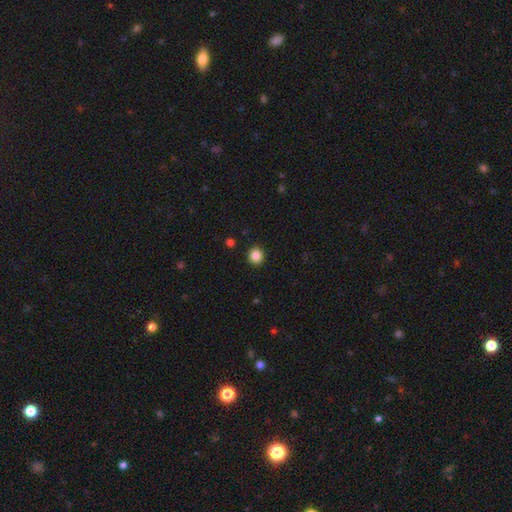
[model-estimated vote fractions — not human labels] This appears to be a smooth galaxy with no disk features (86%) that is round (89%). Merging: none (92%).